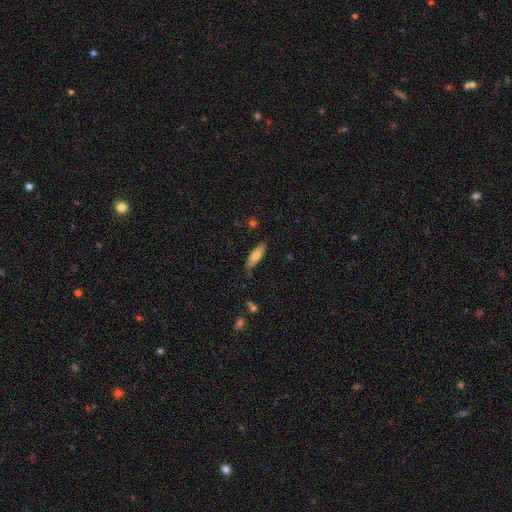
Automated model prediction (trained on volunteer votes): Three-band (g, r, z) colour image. It shows a smooth galaxy with no disk features (66%) that is cigar-shaped (60%). Merging: none (74%).